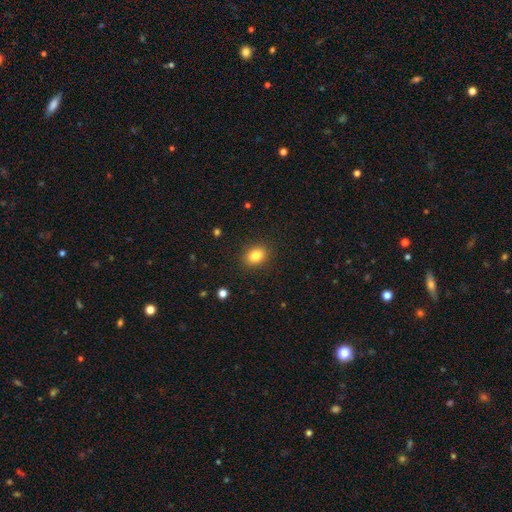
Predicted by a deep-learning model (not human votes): Smooth or featured? smooth (83%)
How rounded? in between (66%)
Merging? none (89%)